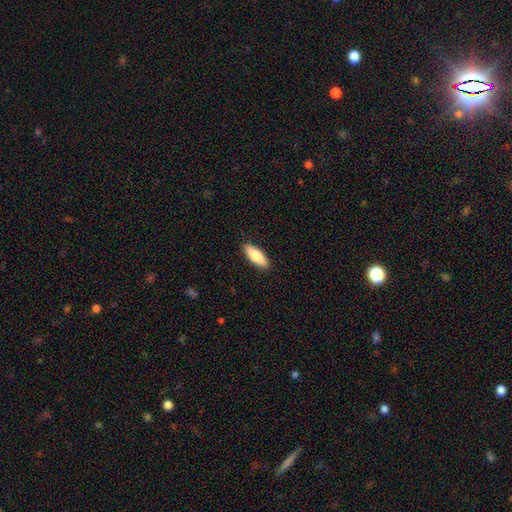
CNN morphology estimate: A smooth galaxy with no disk features (80%) that is in between round and cigar-shaped (66%).

Vote fractions:
- Smooth or featured? smooth: 80% / featured or disk: 14% / star or artifact: 6%
- How rounded? in between: 66% / cigar-shaped: 32% / round: 2%
- Merging? none: 90% / minor disturbance: 7% / major disturbance: 2% / merger: 1%